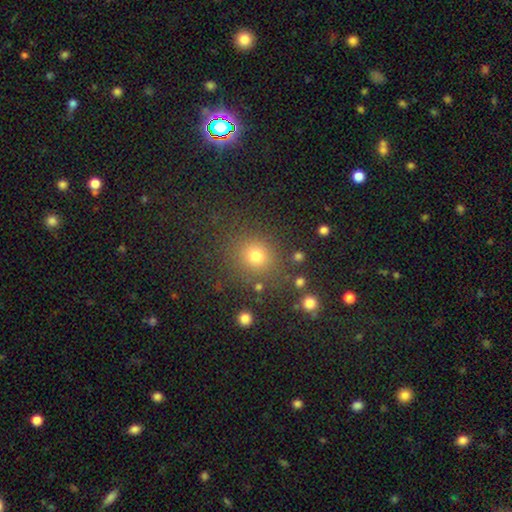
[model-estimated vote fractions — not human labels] The model was most divided on "smooth or featured": smooth: 75%, star or artifact: 19%, featured or disk: 6%. More confident: how rounded — round (86%); merging — none (83%).